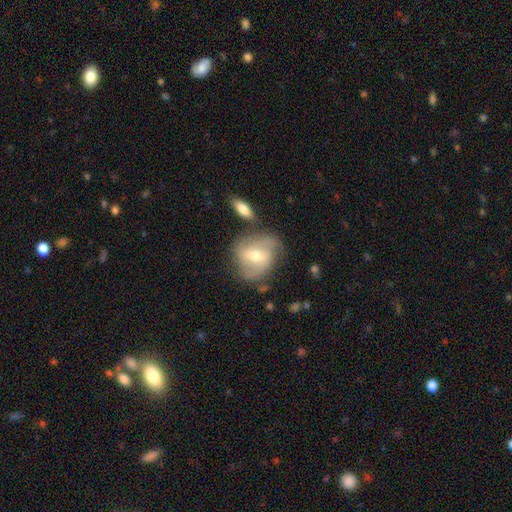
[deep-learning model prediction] Smooth or featured? featured or disk (62%)
Edge-on disk? no (95%)
Bar? weak (51%)
Spiral arms? yes (81%)
Bulge size? moderate (63%)
Merging? none (60%)